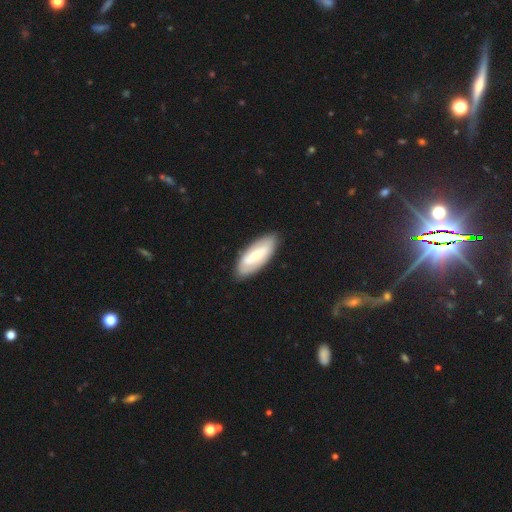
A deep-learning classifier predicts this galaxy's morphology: smooth_or_featured: featured or disk (p=0.48) [alt: smooth p=0.47]
merging: none (p=0.84) [alt: minor disturbance p=0.12]